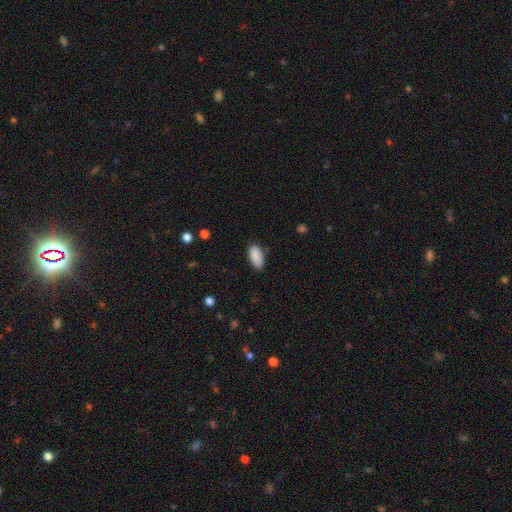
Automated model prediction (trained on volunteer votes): Smooth or featured? smooth (89%)
How rounded? in between (93%)
Merging? none (80%)